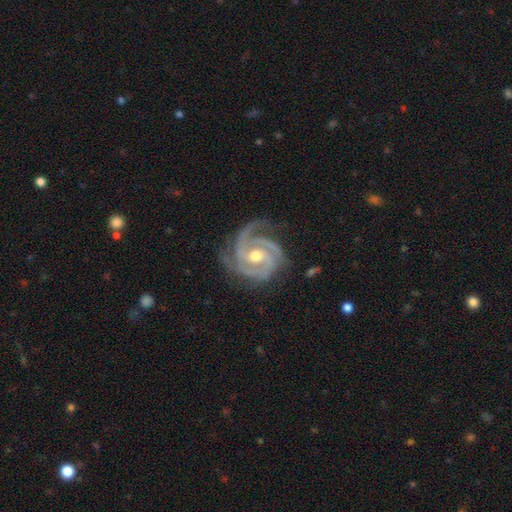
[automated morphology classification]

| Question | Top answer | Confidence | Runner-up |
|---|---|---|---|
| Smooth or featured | featured or disk | 94% | star or artifact (4%) |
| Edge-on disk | no | 98% | yes (2%) |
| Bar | no | 43% | weak (37%) |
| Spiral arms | yes | 99% | no (1%) |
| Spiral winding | tight | 68% | medium (29%) |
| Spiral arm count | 3 | 63% | 2 (14%) |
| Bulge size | moderate | 71% | small (25%) |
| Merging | none | 73% | minor disturbance (19%) |